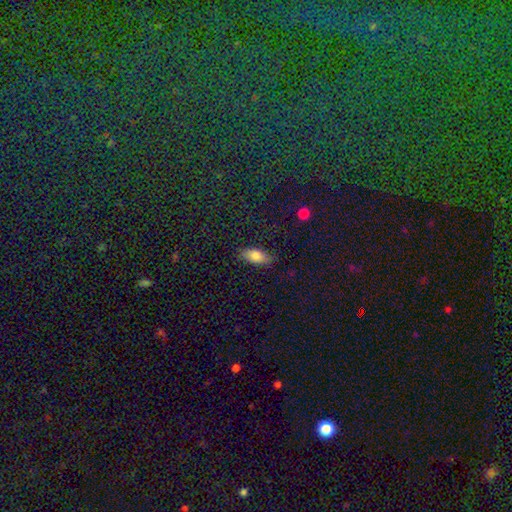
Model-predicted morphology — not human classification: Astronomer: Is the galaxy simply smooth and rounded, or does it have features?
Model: smooth — 81%.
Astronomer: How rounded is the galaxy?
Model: in between — 85%.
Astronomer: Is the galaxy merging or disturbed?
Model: none — 79%.